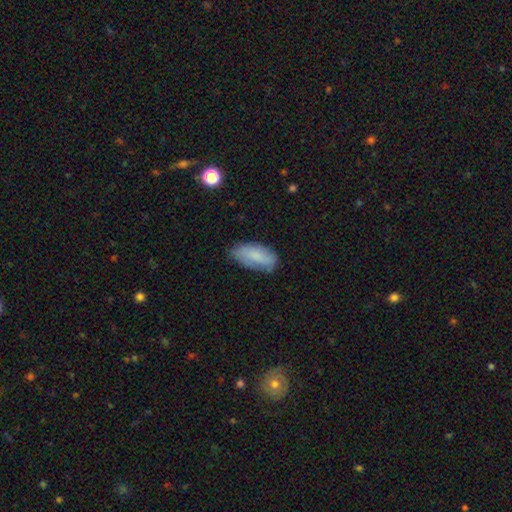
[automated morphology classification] Smooth or featured? smooth (78%)
How rounded? in between (91%)
Merging? none (71%)